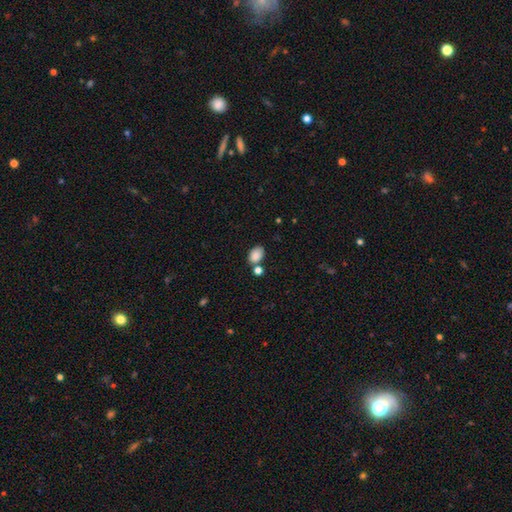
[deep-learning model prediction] Smooth or featured?
  - smooth: 86% *
  - star or artifact: 9%
  - featured or disk: 5%
How rounded?
  - in between: 81% *
  - round: 17%
  - cigar-shaped: 1%
Merging?
  - none: 63% *
  - merger: 18%
  - minor disturbance: 14%
  - major disturbance: 4%